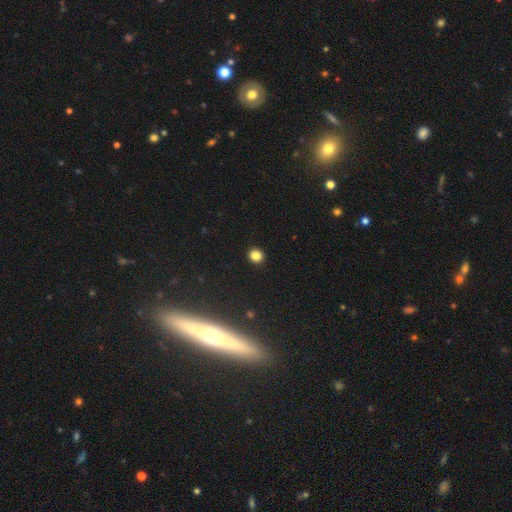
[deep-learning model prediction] Q: Smooth or featured?
A: smooth (84%); runner-up: star or artifact (12%)
Q: How rounded?
A: round (80%); runner-up: in between (19%)
Q: Merging?
A: none (92%); runner-up: minor disturbance (5%)